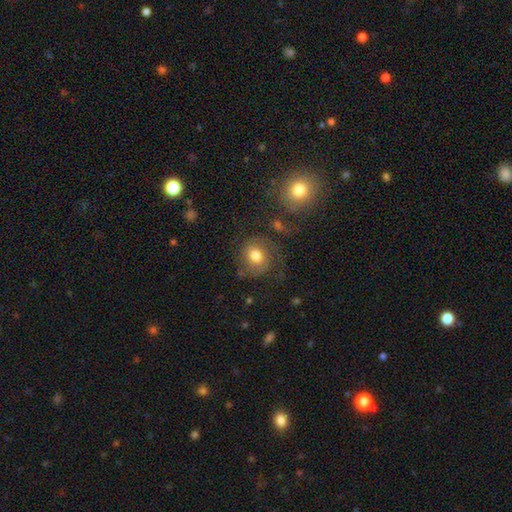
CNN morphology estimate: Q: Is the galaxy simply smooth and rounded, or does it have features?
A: smooth — 57%.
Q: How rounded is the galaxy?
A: round — 76%.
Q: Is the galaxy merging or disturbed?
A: none — 63%.